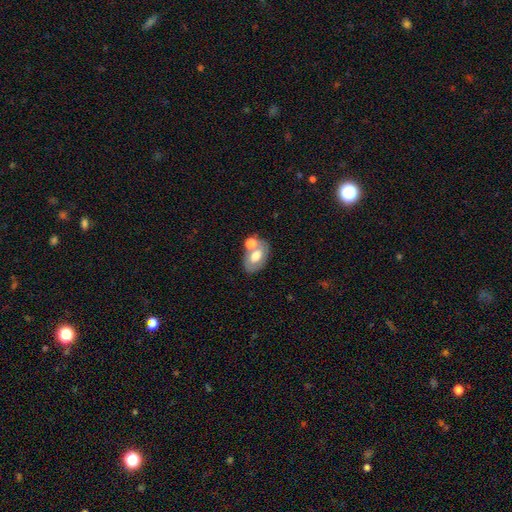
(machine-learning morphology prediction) type=smooth (58%); roundness=in between (86%); merging=none (47%).